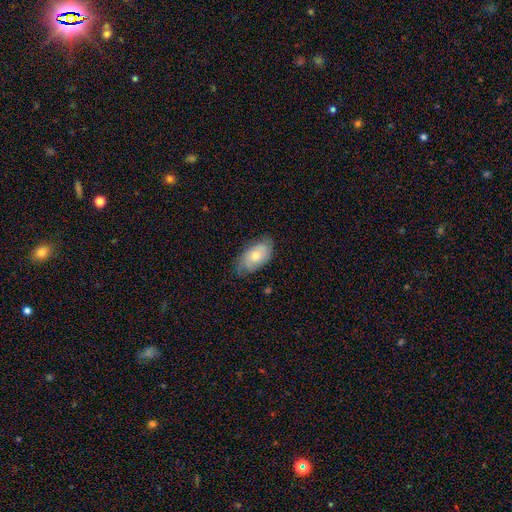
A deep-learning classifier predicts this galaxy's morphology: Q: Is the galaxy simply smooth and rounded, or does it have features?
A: smooth — 54%.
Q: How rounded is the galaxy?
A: in between — 93%.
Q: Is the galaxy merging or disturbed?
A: none — 69%.